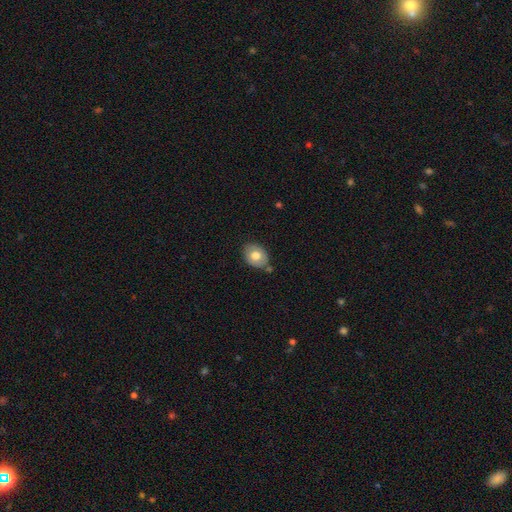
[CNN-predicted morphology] The model was most divided on "how rounded": in between: 64%, round: 35%, cigar-shaped: 1%. More confident: merging — none (71%); smooth or featured — smooth (70%).